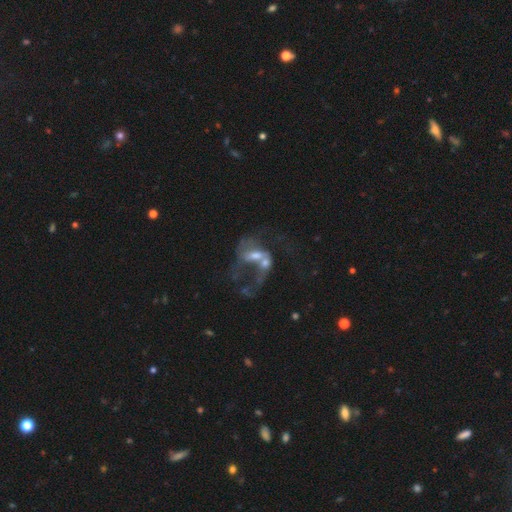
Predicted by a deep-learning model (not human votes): Smooth or featured: featured or disk — 67% (smooth — 21%)
Edge-on disk: no — 96% (yes — 4%)
Bar: no — 52% (weak — 34%)
Spiral arms: yes — 57% (no — 43%)
Bulge size: moderate — 48% (small — 28%)
Merging: merger — 58% (major disturbance — 22%)